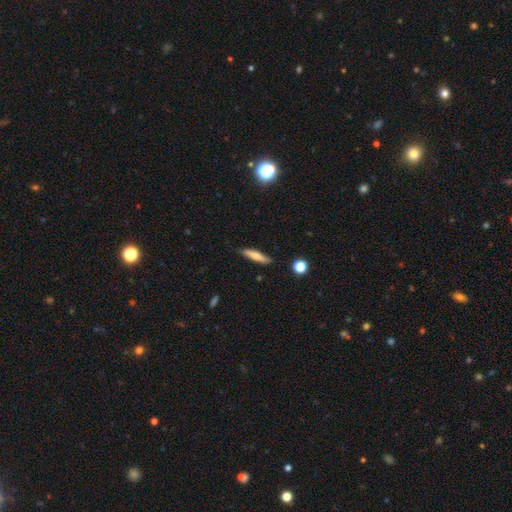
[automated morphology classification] Smooth or featured? Predicted: smooth (p=0.63). How rounded? Predicted: cigar-shaped (p=0.83). Merging? Predicted: none (p=0.85).